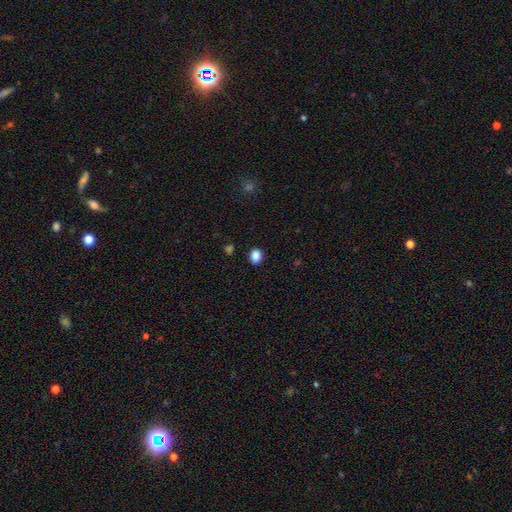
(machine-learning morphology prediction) Smooth or featured?
  - smooth: 87% *
  - star or artifact: 10%
  - featured or disk: 3%
How rounded?
  - round: 55% *
  - in between: 45%
  - cigar-shaped: 1%
Merging?
  - none: 89% *
  - minor disturbance: 8%
  - major disturbance: 2%
  - merger: 1%